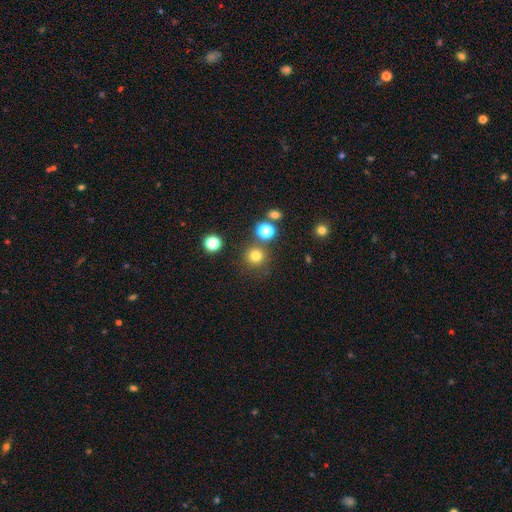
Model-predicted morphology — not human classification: The model was most divided on "smooth or featured": smooth: 77%, star or artifact: 17%, featured or disk: 7%. More confident: how rounded — round (94%); merging — none (80%).